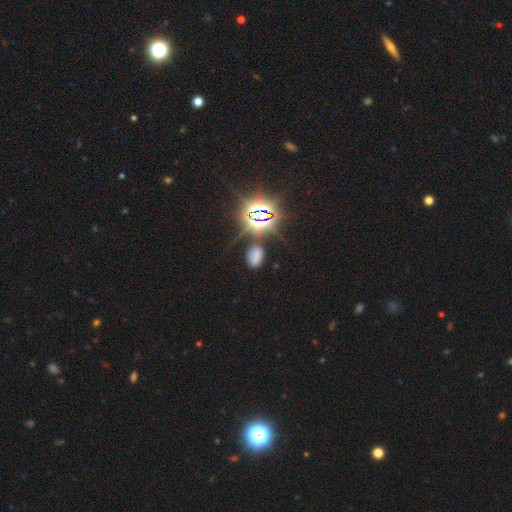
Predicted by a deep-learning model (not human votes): smooth_or_featured: smooth (p=0.51) [alt: star or artifact p=0.38]
how_rounded: in between (p=0.84) [alt: round p=0.14]
merging: none (p=0.70) [alt: minor disturbance p=0.17]